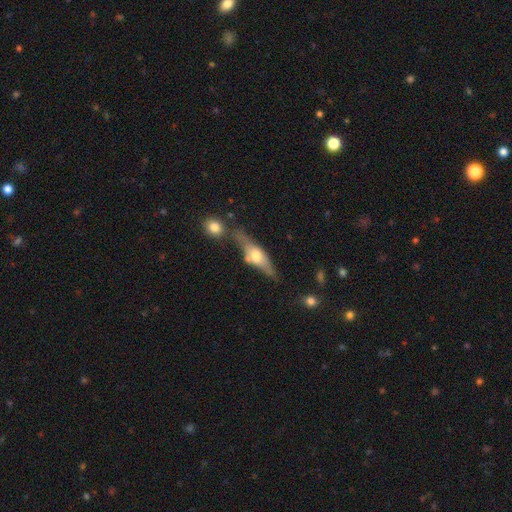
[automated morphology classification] This is likely a featured or disk galaxy (63%). It is clearly viewed edge-on (85%). Edge-on bulge: clearly rounded (90%). Merging: possibly none (54%).